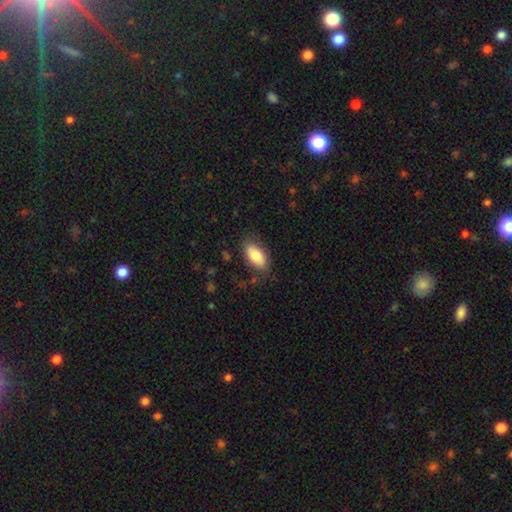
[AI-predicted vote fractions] Q: Smooth or featured?
A: smooth (78%); runner-up: featured or disk (15%)
Q: How rounded?
A: in between (92%); runner-up: cigar-shaped (5%)
Q: Merging?
A: none (77%); runner-up: minor disturbance (16%)